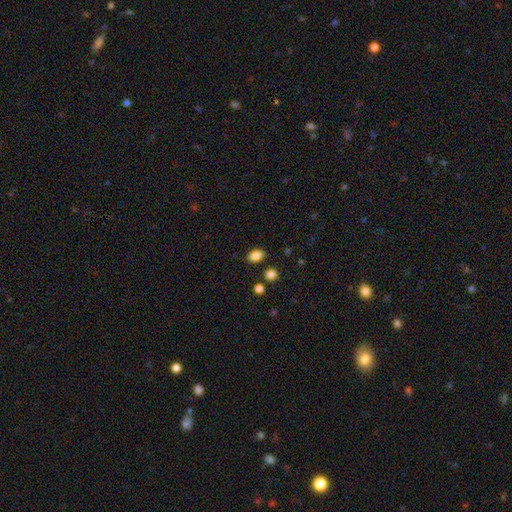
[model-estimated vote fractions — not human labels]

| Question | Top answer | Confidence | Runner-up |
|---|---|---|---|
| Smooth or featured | smooth | 85% | star or artifact (9%) |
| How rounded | in between | 79% | round (19%) |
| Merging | none | 85% | minor disturbance (10%) |